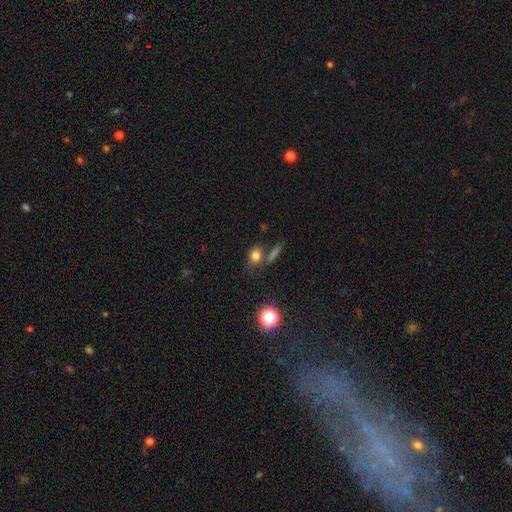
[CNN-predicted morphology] Smooth or featured? Predicted: smooth (p=0.77). How rounded? Predicted: in between (p=0.50). Merging? Predicted: none (p=0.59).